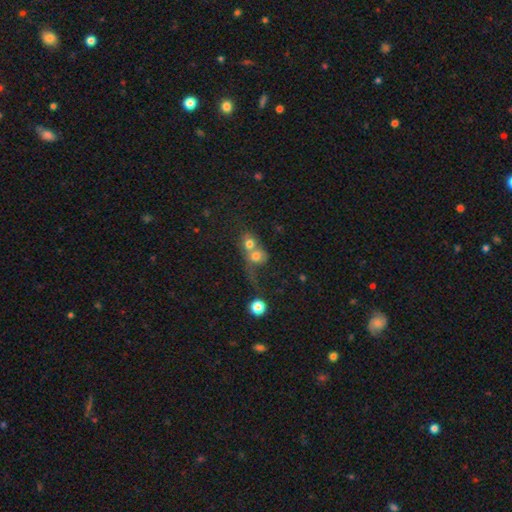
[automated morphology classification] Smooth or featured?
  - smooth: 66% *
  - featured or disk: 22%
  - star or artifact: 13%
How rounded?
  - round: 73% *
  - in between: 26%
  - cigar-shaped: 2%
Merging?
  - merger: 73% *
  - none: 15%
  - major disturbance: 7%
  - minor disturbance: 5%